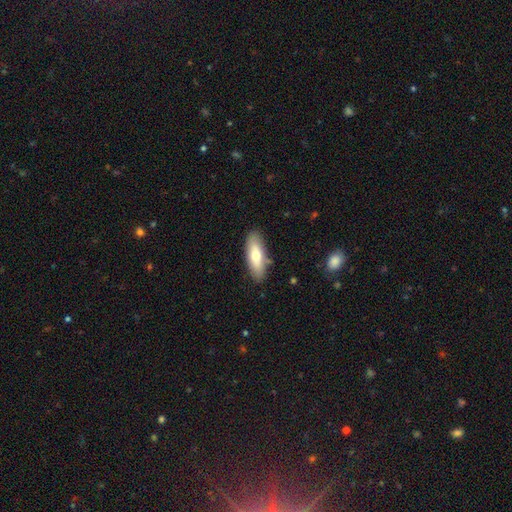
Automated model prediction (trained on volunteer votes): This appears to be a smooth galaxy with no disk features (66%) that is in between round and cigar-shaped (67%). Merging: none (85%).